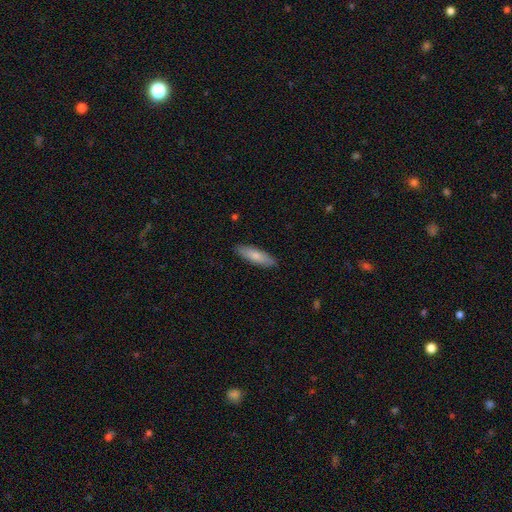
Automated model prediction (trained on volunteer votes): Smooth or featured? smooth (78%)
How rounded? cigar-shaped (56%)
Merging? none (89%)